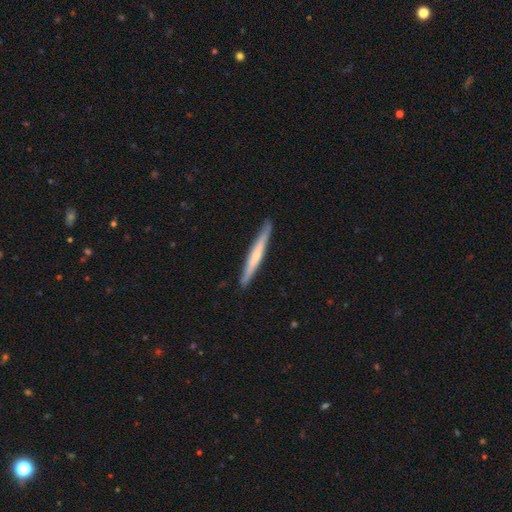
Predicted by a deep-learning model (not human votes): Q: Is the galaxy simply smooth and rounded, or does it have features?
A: featured or disk — 49%.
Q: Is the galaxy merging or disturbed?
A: none — 90%.